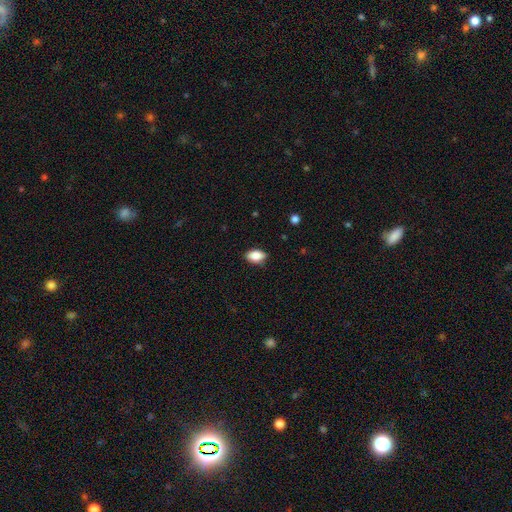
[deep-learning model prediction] Smooth or featured? smooth (86%)
How rounded? in between (90%)
Merging? none (84%)